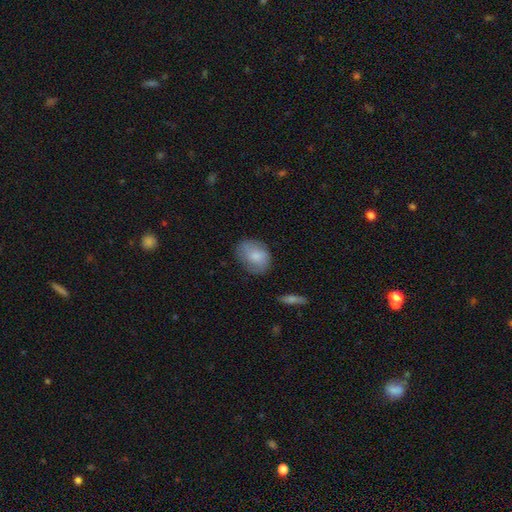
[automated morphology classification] Overall: smooth (73%). How rounded: in between (64%; round 34%). Merging: none (67%).